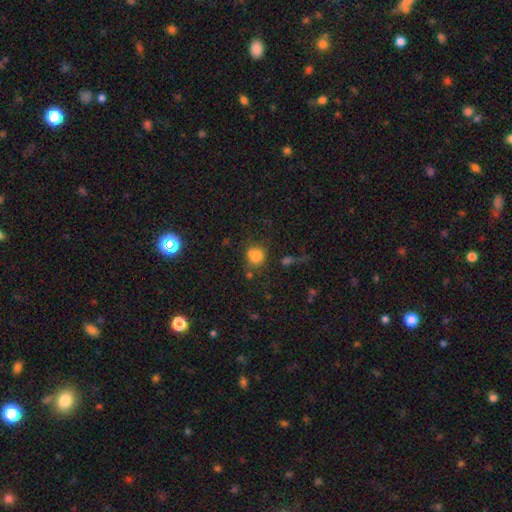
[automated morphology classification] Smooth or featured?
  - smooth: 68% *
  - star or artifact: 18%
  - featured or disk: 14%
How rounded?
  - round: 62% *
  - in between: 37%
  - cigar-shaped: 1%
Merging?
  - none: 41% *
  - merger: 30%
  - minor disturbance: 16%
  - major disturbance: 13%